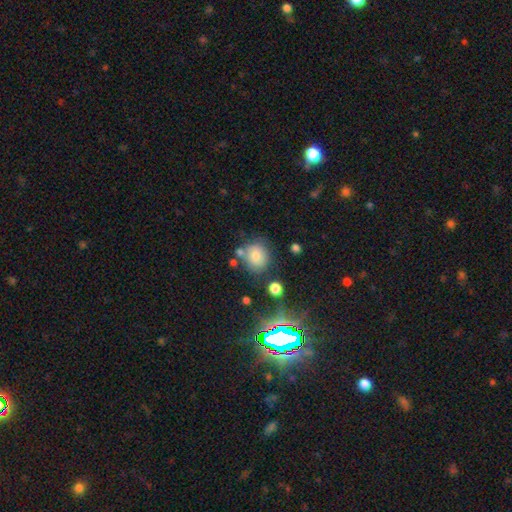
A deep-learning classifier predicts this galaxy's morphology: Overall: smooth (67%). How rounded: round (79%). Merging: none (70%).